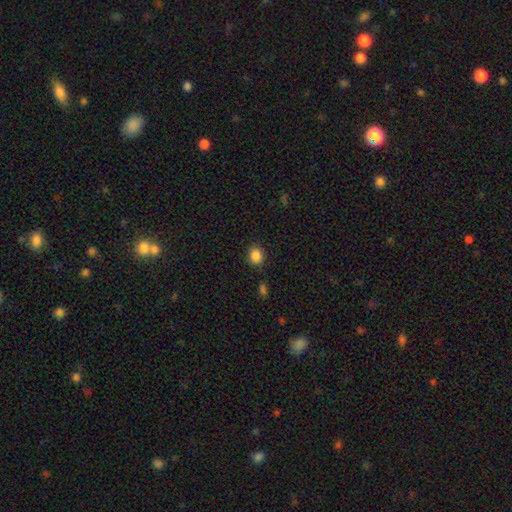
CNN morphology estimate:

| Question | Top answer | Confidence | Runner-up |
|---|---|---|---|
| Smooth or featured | smooth | 86% | star or artifact (10%) |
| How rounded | round | 67% | in between (32%) |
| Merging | none | 85% | minor disturbance (10%) |